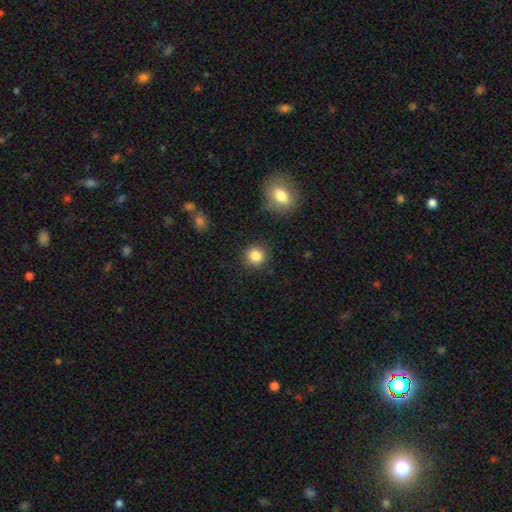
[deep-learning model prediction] This appears to be a smooth galaxy with no disk features (85%) that is round (91%). Merging: none (89%).